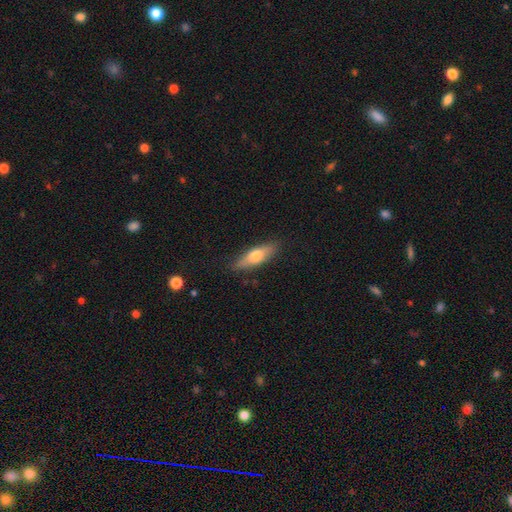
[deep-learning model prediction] Smooth or featured: smooth — 63% (featured or disk — 31%)
How rounded: cigar-shaped — 50% (in between — 47%)
Merging: none — 84% (minor disturbance — 12%)